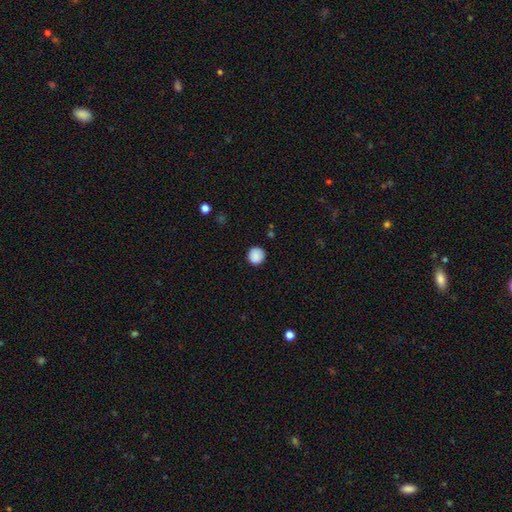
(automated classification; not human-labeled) Smooth or featured?
  - smooth: 88% *
  - star or artifact: 9%
  - featured or disk: 4%
How rounded?
  - round: 92% *
  - in between: 7%
  - cigar-shaped: 1%
Merging?
  - none: 87% *
  - minor disturbance: 9%
  - major disturbance: 2%
  - merger: 1%